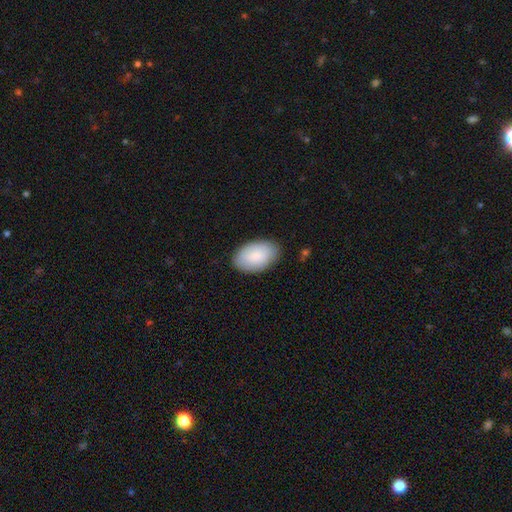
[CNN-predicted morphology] The model was most divided on "merging": none: 85%, minor disturbance: 12%, major disturbance: 3%, merger: 1%. More confident: how rounded — in between (93%); smooth or featured — smooth (85%).